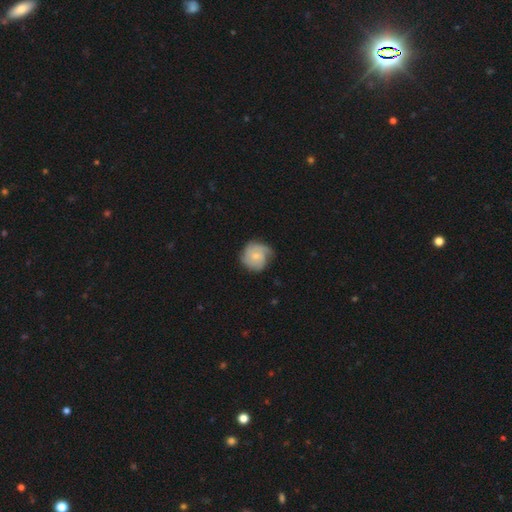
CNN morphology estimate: A featured or disk galaxy (52%) with no bar (77%), spiral arms (88%) and a small central bulge (60%). Merging: none (65%).